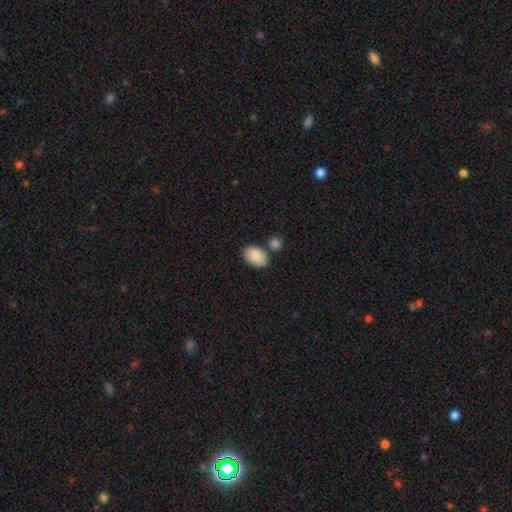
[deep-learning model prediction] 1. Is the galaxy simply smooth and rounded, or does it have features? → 89% smooth, 6% star or artifact, 5% featured or disk.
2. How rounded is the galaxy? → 89% in between, 9% round, 1% cigar-shaped.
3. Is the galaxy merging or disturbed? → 73% none, 12% minor disturbance, 12% merger, 3% major disturbance.